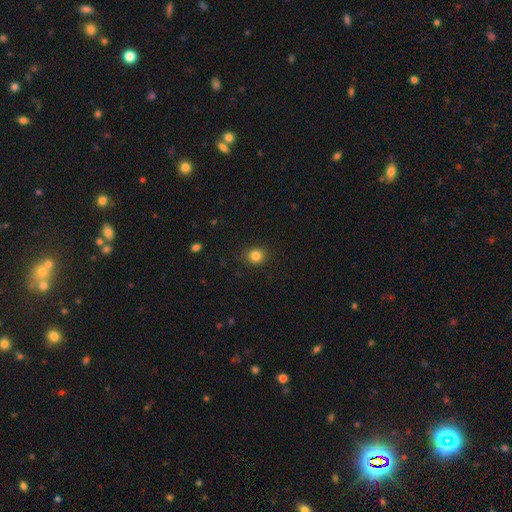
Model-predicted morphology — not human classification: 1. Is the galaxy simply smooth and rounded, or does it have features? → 84% smooth, 12% star or artifact, 5% featured or disk.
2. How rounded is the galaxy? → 81% round, 18% in between, 1% cigar-shaped.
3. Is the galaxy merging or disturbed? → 89% none, 7% minor disturbance, 2% major disturbance, 1% merger.